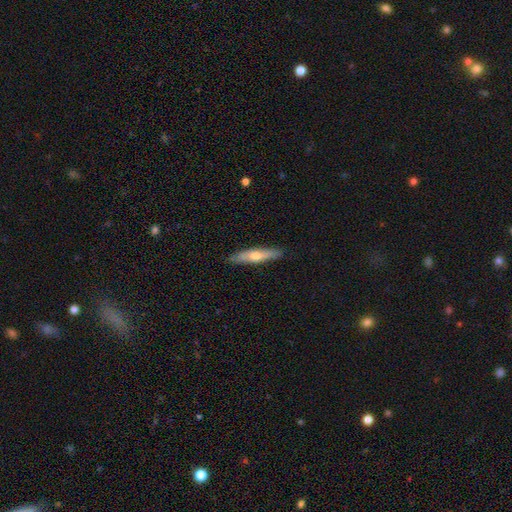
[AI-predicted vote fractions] Smooth or featured: smooth — 51% (featured or disk — 43%)
How rounded: cigar-shaped — 85% (in between — 13%)
Merging: none — 87% (minor disturbance — 10%)